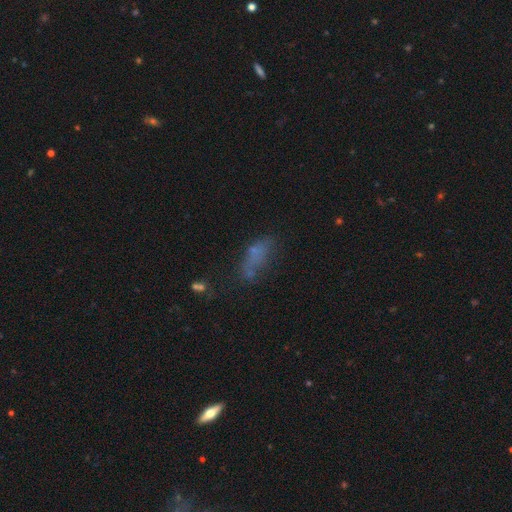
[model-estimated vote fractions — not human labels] Smooth or featured: smooth — 56% (featured or disk — 24%)
How rounded: in between — 68% (cigar-shaped — 27%)
Merging: none — 43% (minor disturbance — 23%)